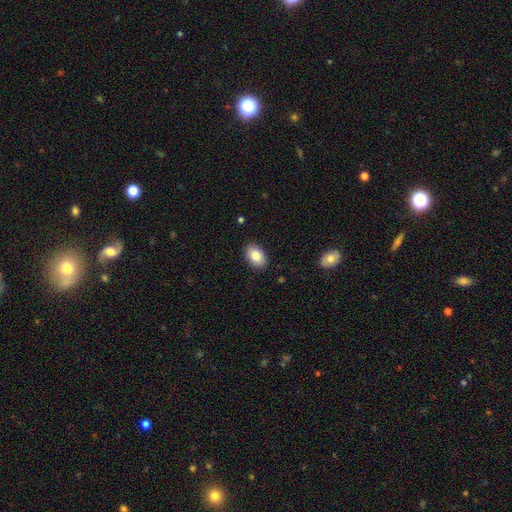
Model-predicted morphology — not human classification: Smooth or featured: smooth — 85% (featured or disk — 8%)
How rounded: in between — 88% (round — 11%)
Merging: none — 89% (minor disturbance — 8%)